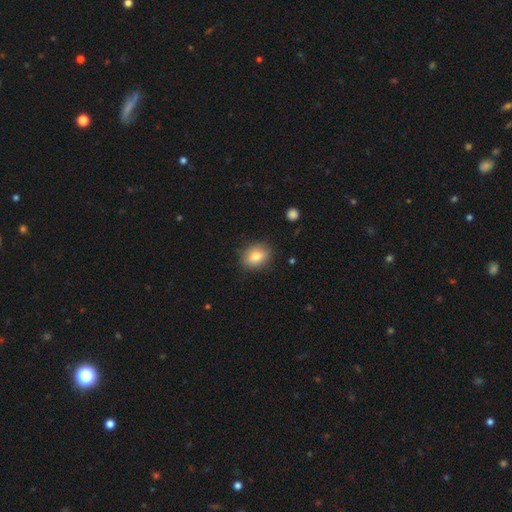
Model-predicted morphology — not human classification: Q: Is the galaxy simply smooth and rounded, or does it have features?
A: smooth — 78%.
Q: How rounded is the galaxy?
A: in between — 68%.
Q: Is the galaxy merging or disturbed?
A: none — 85%.